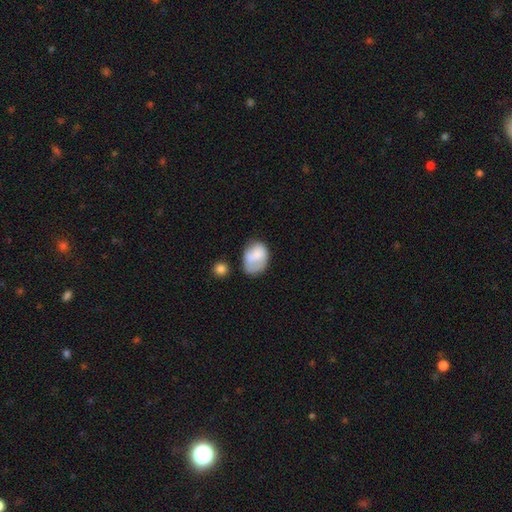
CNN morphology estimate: A smooth galaxy with no disk features (74%) that is in between round and cigar-shaped (76%). Merging: none (39%).